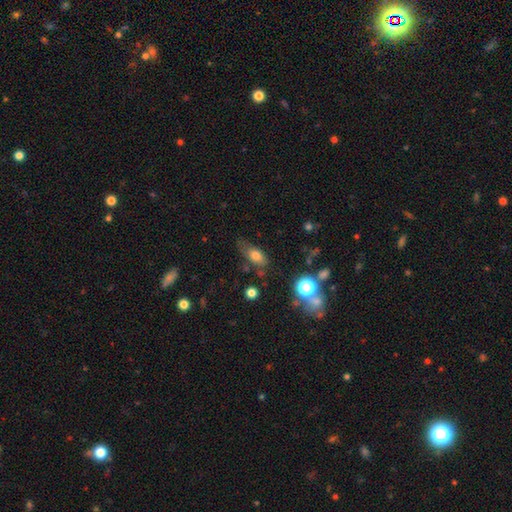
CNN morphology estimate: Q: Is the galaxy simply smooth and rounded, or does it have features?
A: smooth — 72%.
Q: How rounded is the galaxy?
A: in between — 81%.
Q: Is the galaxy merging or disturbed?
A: none — 54%.